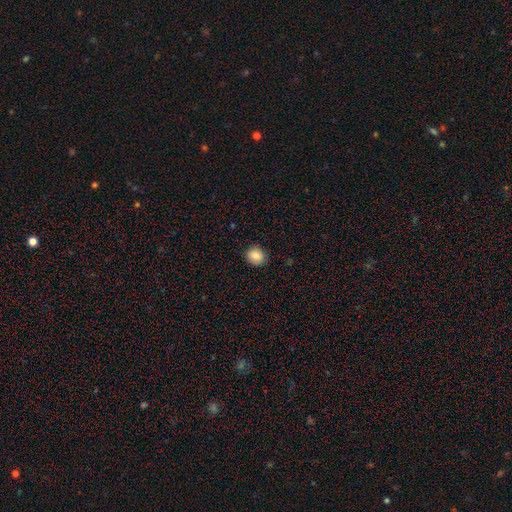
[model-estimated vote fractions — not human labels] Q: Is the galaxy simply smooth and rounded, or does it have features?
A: smooth — 85%.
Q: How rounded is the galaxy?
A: round — 76%.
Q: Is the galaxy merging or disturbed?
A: none — 89%.